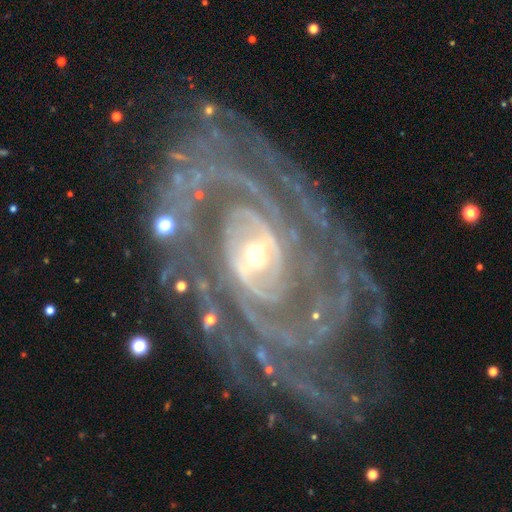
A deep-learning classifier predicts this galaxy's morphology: The model was most divided on "bar": strong: 43%, weak: 34%, no: 22%. Remaining: spiral arms — yes (98%); edge-on disk — no (96%); smooth or featured — featured or disk (93%); merging — none (69%); spiral winding — tight (59%); bulge size — small (56%); spiral arm count — 2 (35%).